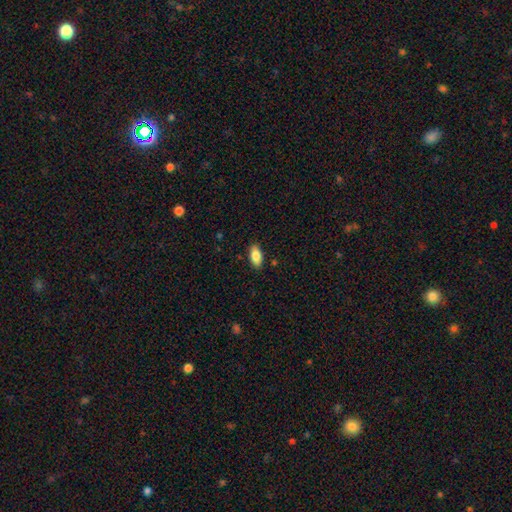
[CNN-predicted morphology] A smooth galaxy with no disk features (84%) that is in between round and cigar-shaped (90%).

Vote fractions:
- Smooth or featured? smooth: 84% / featured or disk: 9% / star or artifact: 7%
- How rounded? in between: 90% / cigar-shaped: 7% / round: 3%
- Merging? none: 88% / minor disturbance: 9% / major disturbance: 2% / merger: 1%